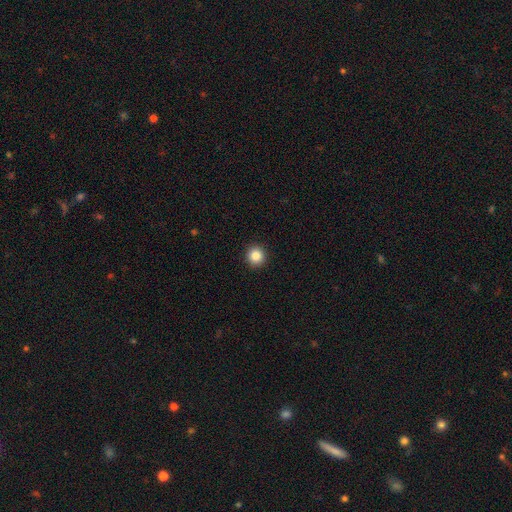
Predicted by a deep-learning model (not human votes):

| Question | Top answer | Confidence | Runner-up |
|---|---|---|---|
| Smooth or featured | smooth | 86% | star or artifact (10%) |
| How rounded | round | 93% | in between (6%) |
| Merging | none | 93% | minor disturbance (5%) |